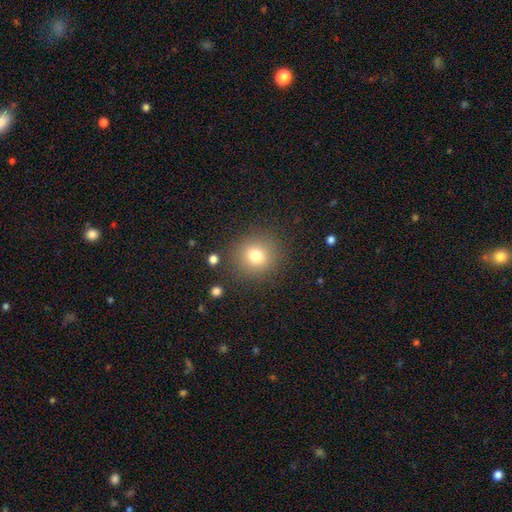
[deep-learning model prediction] Overall: smooth (77%). How rounded: round (91%). Merging: none (87%).